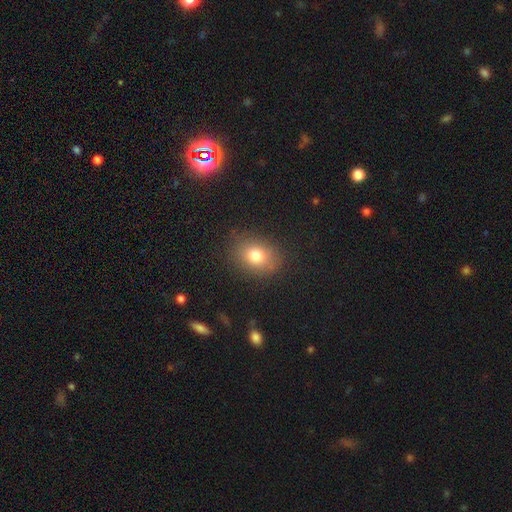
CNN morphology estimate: Q: Smooth or featured?
A: smooth (79%); runner-up: star or artifact (12%)
Q: How rounded?
A: in between (60%); runner-up: round (39%)
Q: Merging?
A: none (85%); runner-up: minor disturbance (10%)